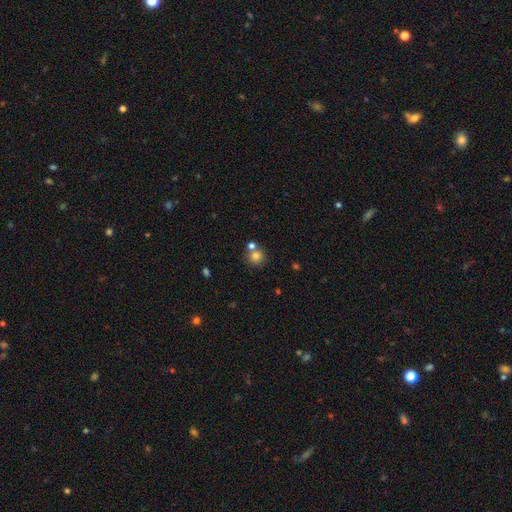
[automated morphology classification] A smooth galaxy with no disk features (77%) that is round (90%). Merging: none (63%).